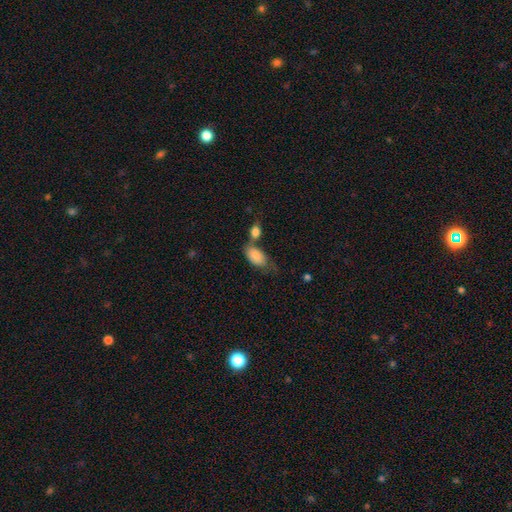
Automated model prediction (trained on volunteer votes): Smooth or featured? smooth (83%)
How rounded? in between (92%)
Merging? merger (39%)